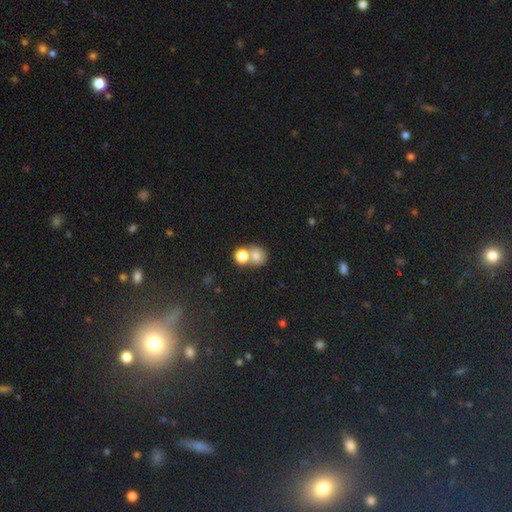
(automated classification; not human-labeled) A smooth galaxy with no disk features (76%) that is round (77%). Merging: merger (46%).